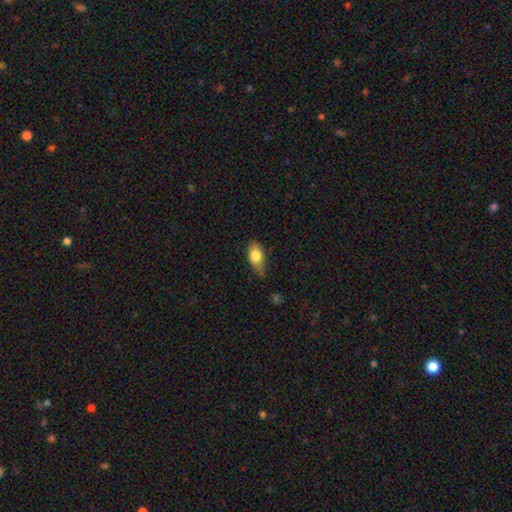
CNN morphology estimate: Smooth or featured? Predicted: smooth (p=0.79). How rounded? Predicted: in between (p=0.87). Merging? Predicted: none (p=0.66).